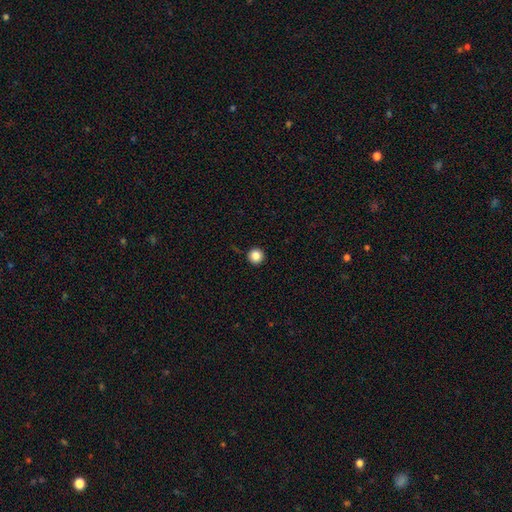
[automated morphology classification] This appears to be a smooth galaxy with no disk features (86%) that is round (97%). Merging: none (93%).